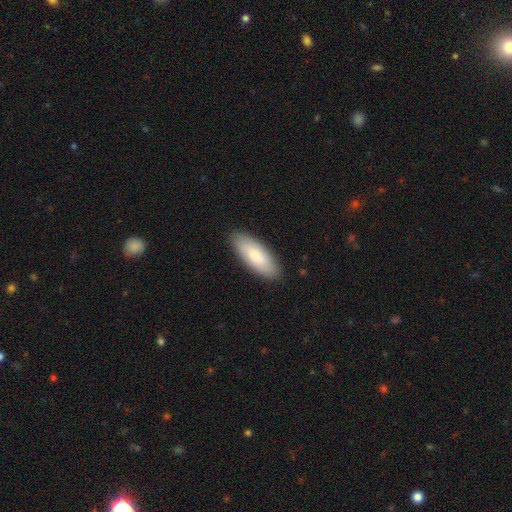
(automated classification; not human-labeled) This appears to be a smooth galaxy with no disk features (81%) that is in between round and cigar-shaped (74%). Merging: none (88%).